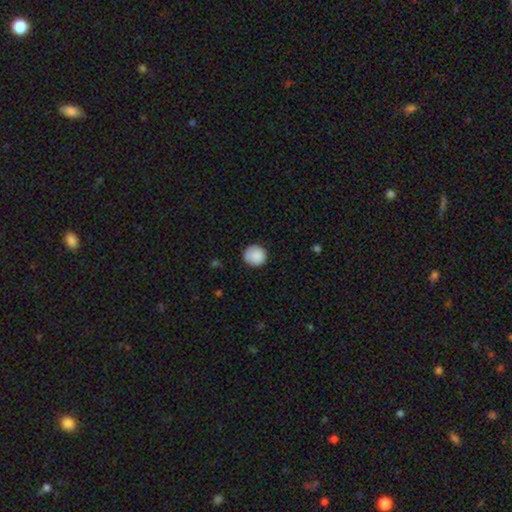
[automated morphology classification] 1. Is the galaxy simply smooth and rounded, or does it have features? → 88% smooth, 8% star or artifact, 4% featured or disk.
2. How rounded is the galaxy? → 93% round, 6% in between, 1% cigar-shaped.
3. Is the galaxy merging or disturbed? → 84% none, 13% minor disturbance, 3% major disturbance, 1% merger.